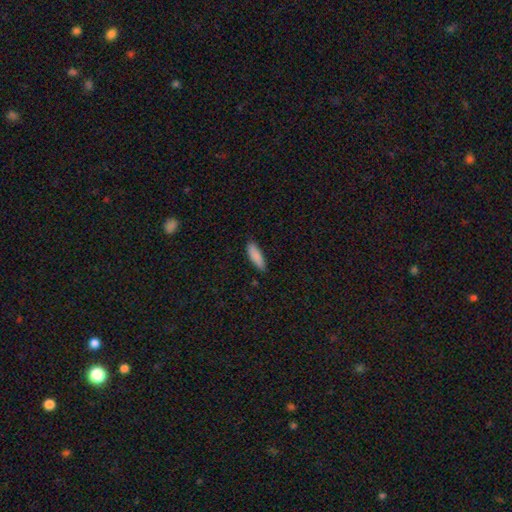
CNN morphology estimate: type=smooth (88%); roundness=in between (51%); merging=none (81%).